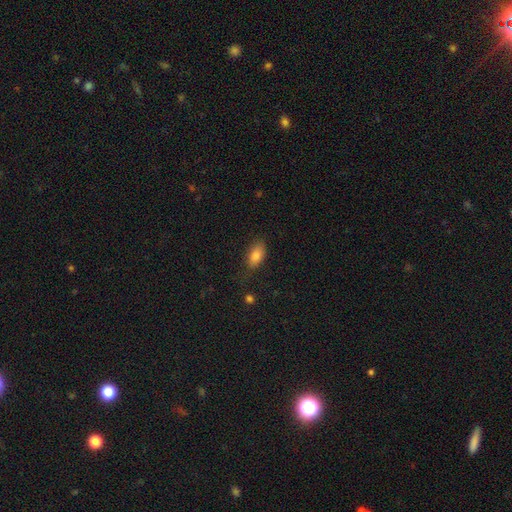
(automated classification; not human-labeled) smooth 83%, featured or disk 9%, star or artifact 8%. Down the decision tree: how rounded — in between (89%); merging — none (73%).